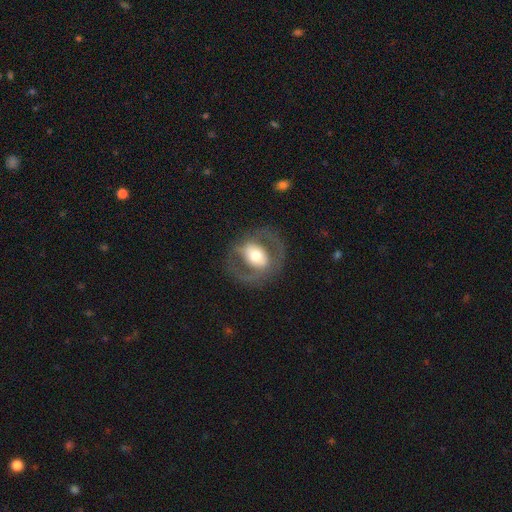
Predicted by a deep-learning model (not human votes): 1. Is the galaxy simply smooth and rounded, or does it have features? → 63% featured or disk, 31% smooth, 6% star or artifact.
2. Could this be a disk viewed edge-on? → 93% no, 7% yes.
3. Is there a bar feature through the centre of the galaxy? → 47% no, 26% weak, 26% strong.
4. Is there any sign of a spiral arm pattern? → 57% no, 43% yes.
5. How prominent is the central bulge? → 57% moderate, 30% large, 8% small, 4% dominant, 1% none.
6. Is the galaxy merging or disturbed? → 74% none, 13% major disturbance, 12% minor disturbance, 1% merger.